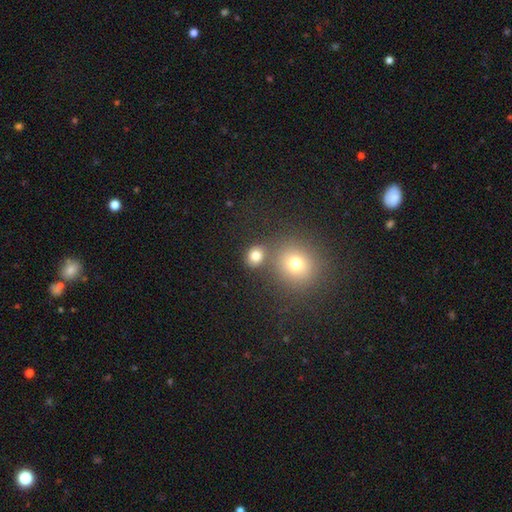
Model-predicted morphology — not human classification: type=smooth (77%); roundness=round (68%); merging=none (68%).